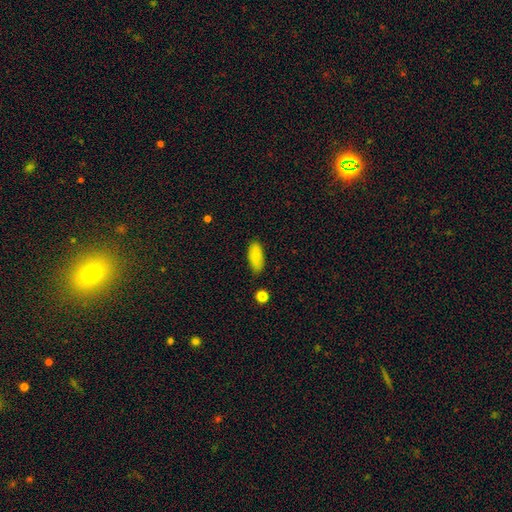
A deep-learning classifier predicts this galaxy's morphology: Smooth or featured?
  - smooth: 87% *
  - star or artifact: 8%
  - featured or disk: 5%
How rounded?
  - in between: 82% *
  - cigar-shaped: 16%
  - round: 2%
Merging?
  - none: 81% *
  - minor disturbance: 14%
  - major disturbance: 3%
  - merger: 2%